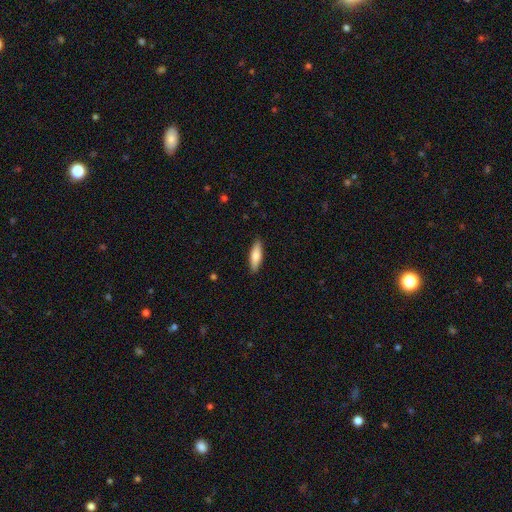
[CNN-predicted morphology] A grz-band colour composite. It shows a smooth galaxy with no disk features (77%) that is cigar-shaped (56%). Merging: none (89%).